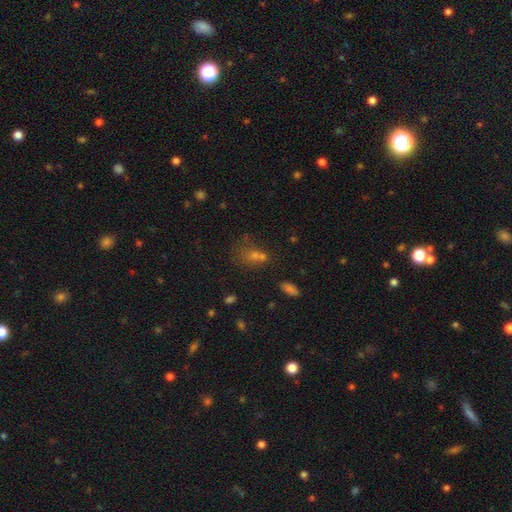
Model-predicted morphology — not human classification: A smooth galaxy with no disk features (53%) that is in between round and cigar-shaped (55%).

Vote fractions:
- Smooth or featured? smooth: 53% / star or artifact: 31% / featured or disk: 16%
- How rounded? in between: 55% / round: 41% / cigar-shaped: 4%
- Merging? none: 46% / merger: 26% / minor disturbance: 16% / major disturbance: 13%